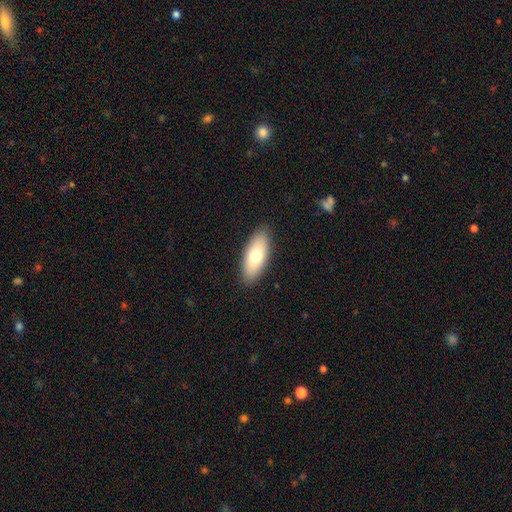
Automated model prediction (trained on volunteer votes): The model was most divided on "smooth or featured": smooth: 72%, featured or disk: 22%, star or artifact: 7%. More confident: merging — none (88%); how rounded — in between (84%).